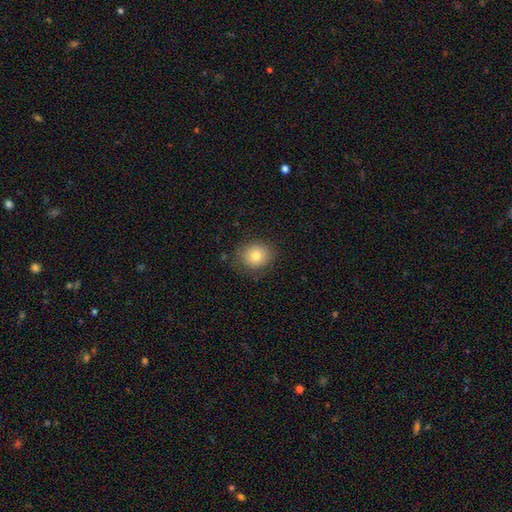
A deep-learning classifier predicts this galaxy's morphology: type=smooth (78%); roundness=round (77%); merging=none (83%).